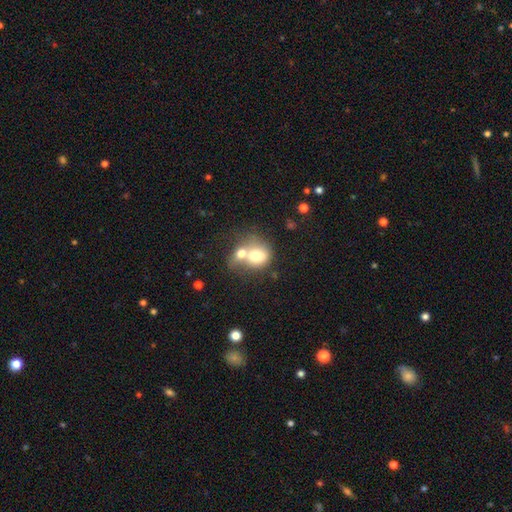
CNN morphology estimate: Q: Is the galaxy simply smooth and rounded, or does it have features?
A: smooth — 69%.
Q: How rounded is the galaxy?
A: round — 60%.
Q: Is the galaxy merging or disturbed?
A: merger — 70%.